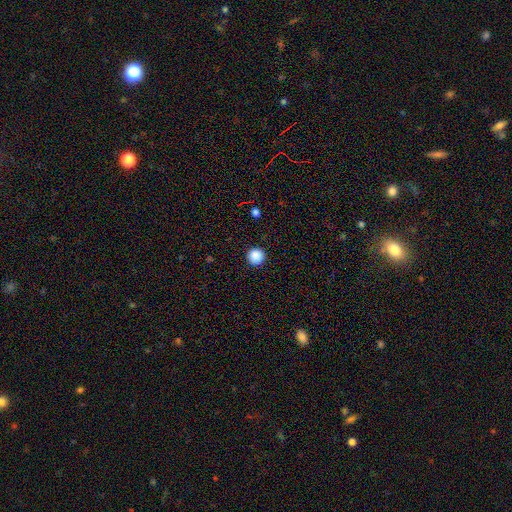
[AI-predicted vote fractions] Overall: smooth (88%). How rounded: round (96%). Merging: none (93%).